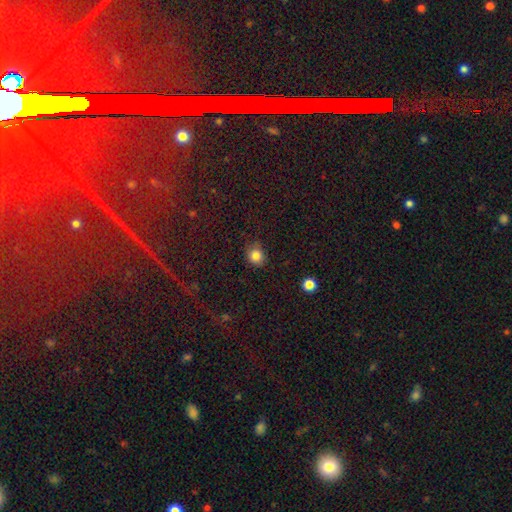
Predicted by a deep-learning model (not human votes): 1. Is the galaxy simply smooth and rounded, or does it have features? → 83% smooth, 12% star or artifact, 5% featured or disk.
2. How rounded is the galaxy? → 77% round, 22% in between, 1% cigar-shaped.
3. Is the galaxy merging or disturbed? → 79% none, 16% minor disturbance, 3% major disturbance, 2% merger.